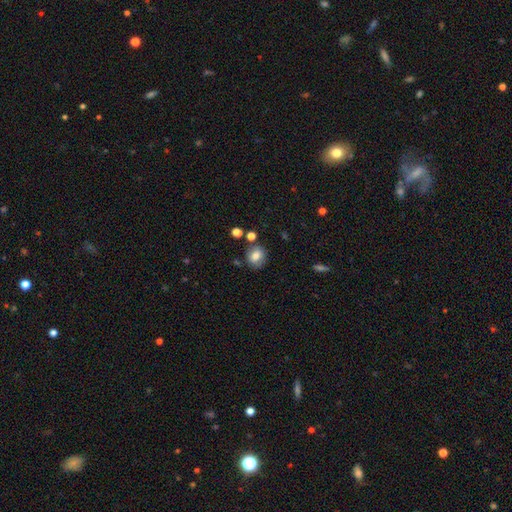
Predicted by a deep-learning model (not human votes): A smooth galaxy with no disk features (78%) that is round (63%).

Vote fractions:
- Smooth or featured? smooth: 78% / featured or disk: 12% / star or artifact: 10%
- How rounded? round: 63% / in between: 35% / cigar-shaped: 1%
- Merging? none: 76% / minor disturbance: 13% / merger: 6% / major disturbance: 4%